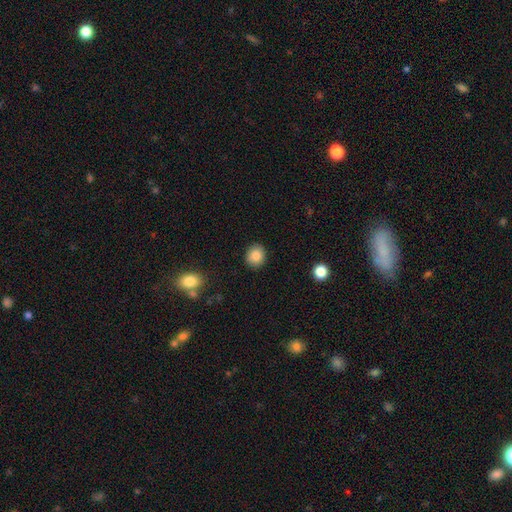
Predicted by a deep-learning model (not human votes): smooth-or-featured: smooth: 85% | star or artifact: 9% | featured or disk: 6%
  how-rounded: round: 77% | in between: 23% | cigar-shaped: 1%
  merging: none: 89% | minor disturbance: 8% | major disturbance: 2% | merger: 1%